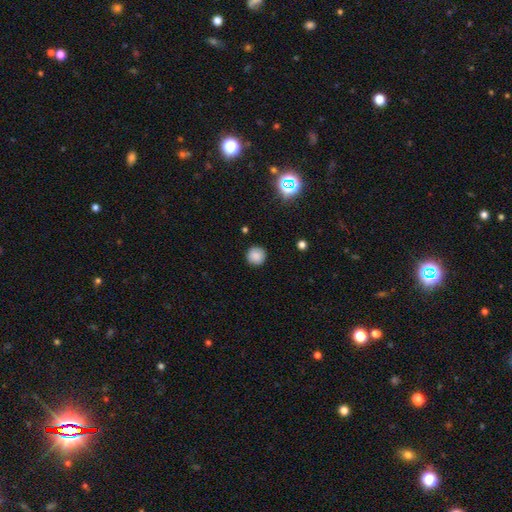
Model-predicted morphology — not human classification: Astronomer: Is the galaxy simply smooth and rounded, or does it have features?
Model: smooth — 84%.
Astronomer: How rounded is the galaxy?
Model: round — 95%.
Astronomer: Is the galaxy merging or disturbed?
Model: none — 90%.